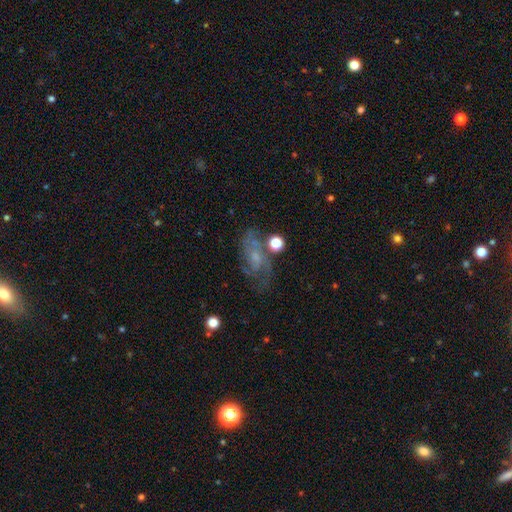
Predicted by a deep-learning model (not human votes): Q: Smooth or featured?
A: featured or disk (69%); runner-up: smooth (19%)
Q: Edge-on disk?
A: no (95%); runner-up: yes (5%)
Q: Bar?
A: no (64%); runner-up: weak (31%)
Q: Spiral arms?
A: yes (86%); runner-up: no (14%)
Q: Spiral winding?
A: medium (46%); runner-up: tight (33%)
Q: Spiral arm count?
A: 2 (35%); runner-up: can't tell (34%)
Q: Bulge size?
A: small (60%); runner-up: moderate (22%)
Q: Merging?
A: none (55%); runner-up: minor disturbance (20%)